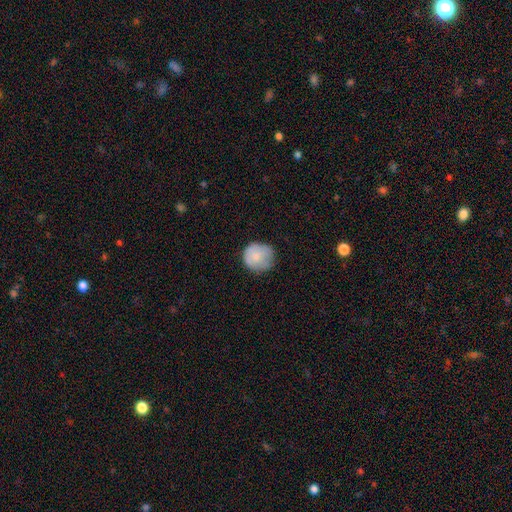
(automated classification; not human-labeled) A smooth galaxy with no disk features (82%) that is round (90%). Merging: none (71%).